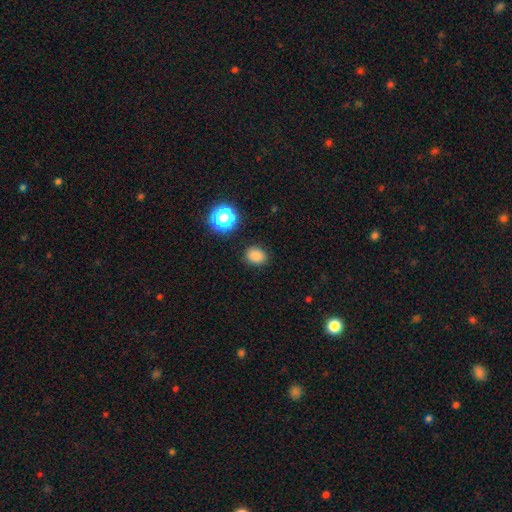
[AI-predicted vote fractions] Morphology: type=smooth (82%); roundness=round (60%); merging=none (87%).